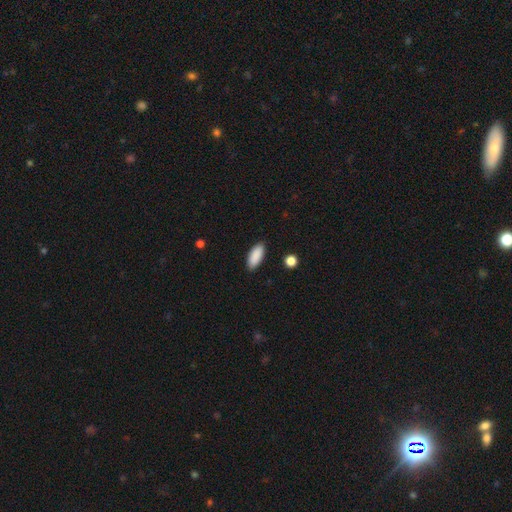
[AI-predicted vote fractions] smooth 90%, star or artifact 6%, featured or disk 4%. Down the decision tree: how rounded — in between (81%); merging — none (89%).